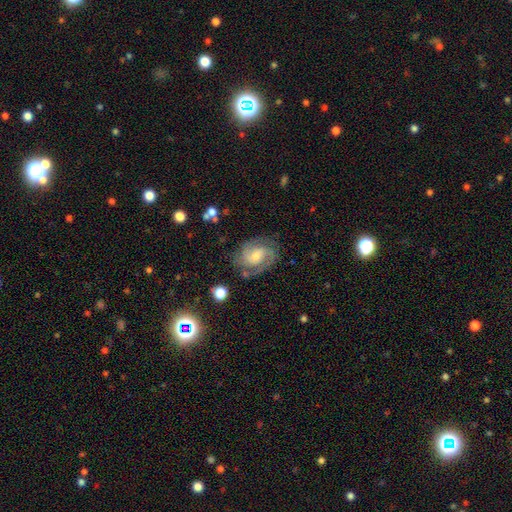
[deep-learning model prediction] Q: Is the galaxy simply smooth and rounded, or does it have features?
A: featured or disk — 82%.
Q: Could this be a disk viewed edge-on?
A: no — 98%.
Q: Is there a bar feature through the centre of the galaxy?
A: no — 49%.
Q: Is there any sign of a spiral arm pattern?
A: yes — 96%.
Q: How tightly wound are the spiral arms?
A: tight — 46%.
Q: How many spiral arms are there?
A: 2 — 50%.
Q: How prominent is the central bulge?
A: small — 47%.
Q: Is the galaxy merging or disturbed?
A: none — 72%.